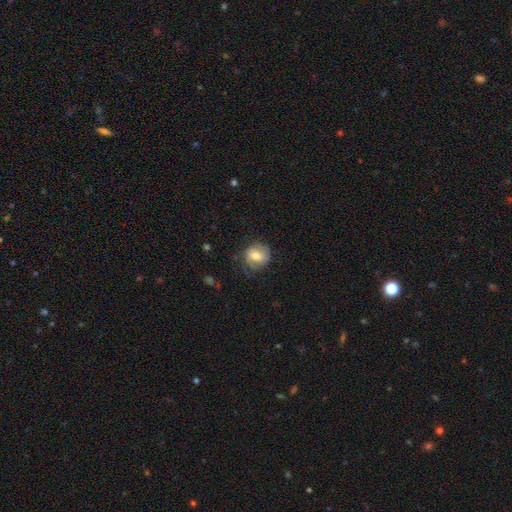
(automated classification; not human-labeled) Smooth or featured?
  - smooth: 49% *
  - featured or disk: 43%
  - star or artifact: 8%
Merging?
  - none: 67% *
  - minor disturbance: 22%
  - major disturbance: 10%
  - merger: 1%